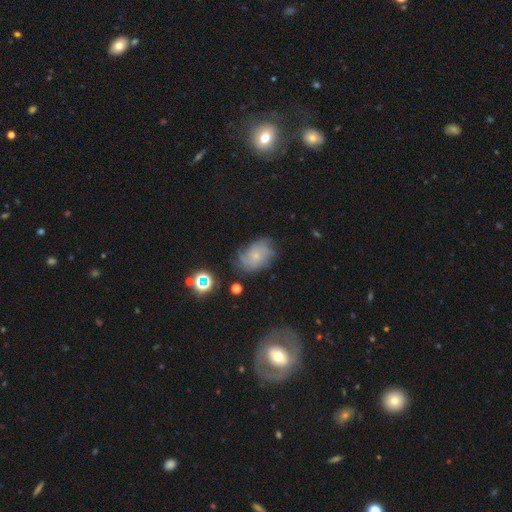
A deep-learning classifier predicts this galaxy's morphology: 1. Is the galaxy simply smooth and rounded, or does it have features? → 52% featured or disk, 35% smooth, 14% star or artifact.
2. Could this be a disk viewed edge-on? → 96% no, 4% yes.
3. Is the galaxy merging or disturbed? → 59% none, 25% minor disturbance, 12% major disturbance, 3% merger.